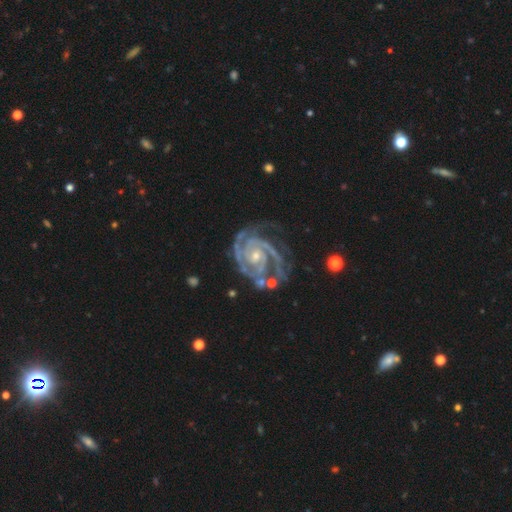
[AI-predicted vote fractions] featured or disk 94%, star or artifact 4%, smooth 2%. Down the decision tree: edge-on disk — no (98%); bar — no (62%); spiral arms — yes (99%); spiral arm count — 2 (49%); spiral winding — tight (75%); bulge size — small (64%); merging — none (61%).